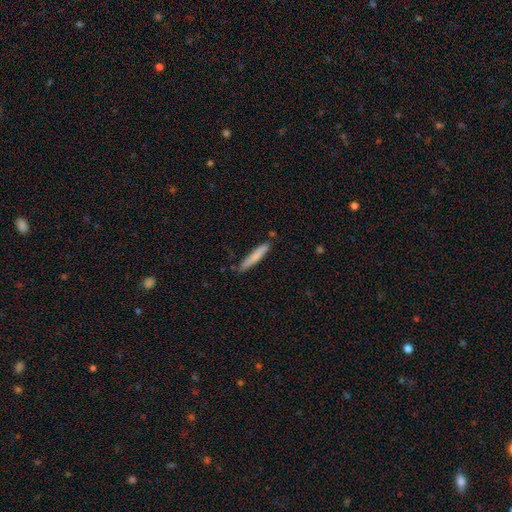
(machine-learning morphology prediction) type=smooth (78%); roundness=cigar-shaped (92%); merging=none (78%).